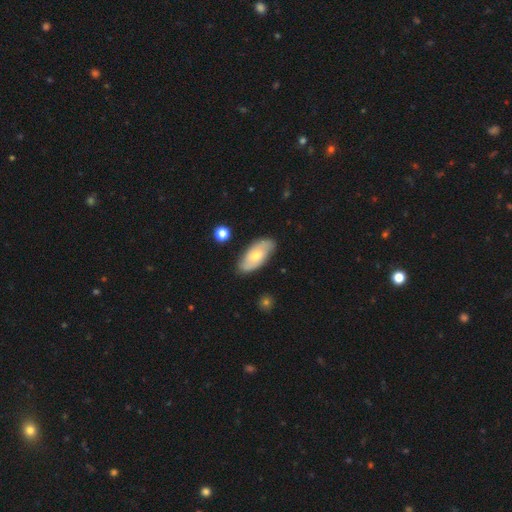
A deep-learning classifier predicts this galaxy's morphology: This appears to be a smooth galaxy with no disk features (53%) that is in between round and cigar-shaped (90%). Merging: none (81%).